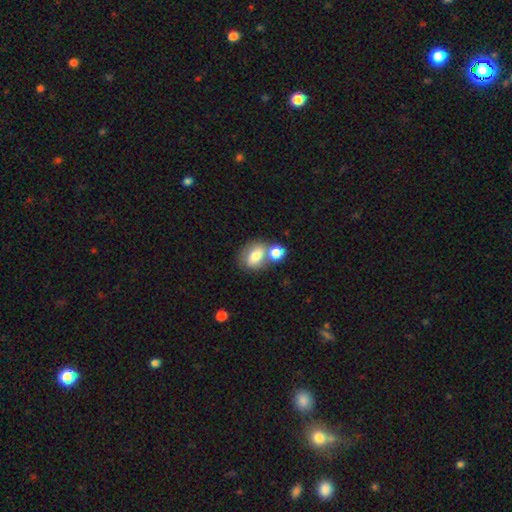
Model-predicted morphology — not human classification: A smooth galaxy with no disk features (73%) that is in between round and cigar-shaped (68%).

Vote fractions:
- Smooth or featured? smooth: 73% / featured or disk: 19% / star or artifact: 8%
- How rounded? in between: 68% / round: 30% / cigar-shaped: 2%
- Merging? merger: 44% / none: 39% / minor disturbance: 11% / major disturbance: 5%